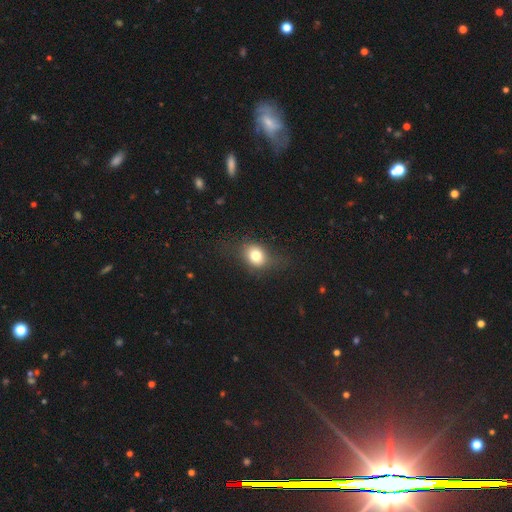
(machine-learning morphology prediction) This appears to be a smooth galaxy with no disk features (74%) that is round (51%). Merging: none (69%).